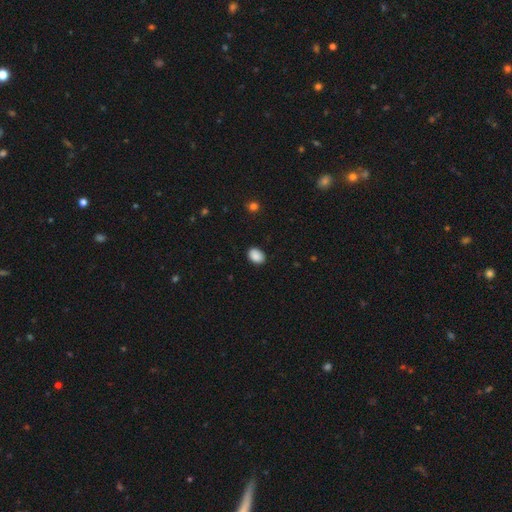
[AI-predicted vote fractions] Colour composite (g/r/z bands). It shows a smooth galaxy with no disk features (89%) that is in between round and cigar-shaped (75%). Merging: none (87%).